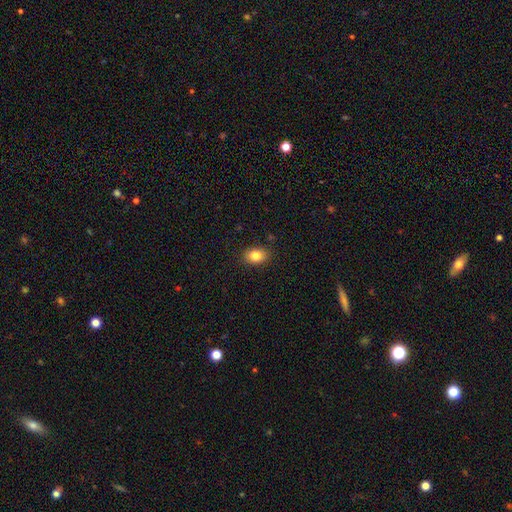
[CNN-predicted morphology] This appears to be a smooth galaxy with no disk features (84%) that is in between round and cigar-shaped (67%). Merging: none (87%).